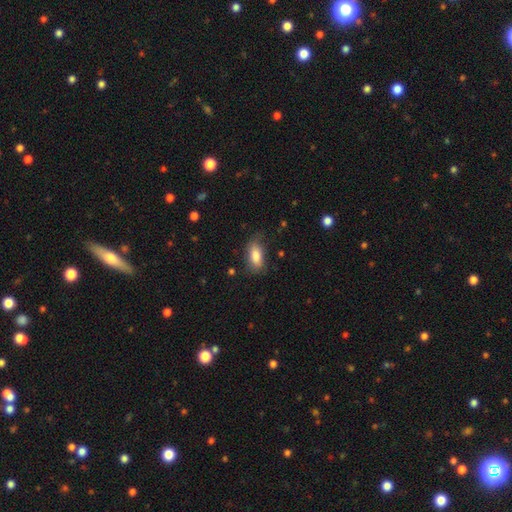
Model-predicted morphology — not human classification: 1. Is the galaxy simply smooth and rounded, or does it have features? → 83% smooth, 10% featured or disk, 7% star or artifact.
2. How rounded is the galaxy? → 87% in between, 9% cigar-shaped, 4% round.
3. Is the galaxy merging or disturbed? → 69% none, 22% minor disturbance, 8% major disturbance, 2% merger.